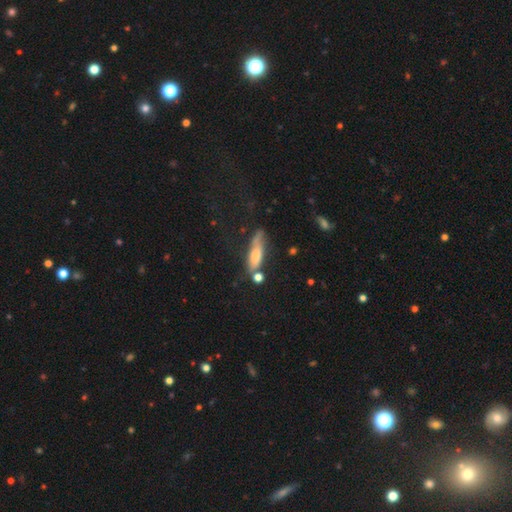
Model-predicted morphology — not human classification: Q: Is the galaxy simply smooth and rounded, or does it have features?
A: smooth — 64%.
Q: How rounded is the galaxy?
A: cigar-shaped — 59%.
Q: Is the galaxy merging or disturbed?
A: none — 50%.